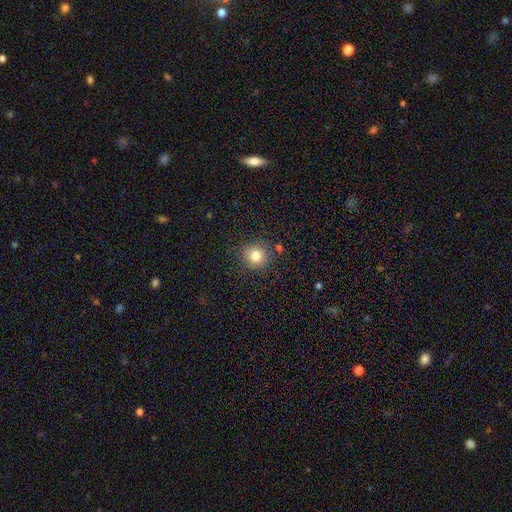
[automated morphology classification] A smooth galaxy with no disk features (79%) that is round (88%).

Vote fractions:
- Smooth or featured? smooth: 79% / star or artifact: 13% / featured or disk: 8%
- How rounded? round: 88% / in between: 11% / cigar-shaped: 1%
- Merging? none: 82% / minor disturbance: 11% / merger: 3% / major disturbance: 3%